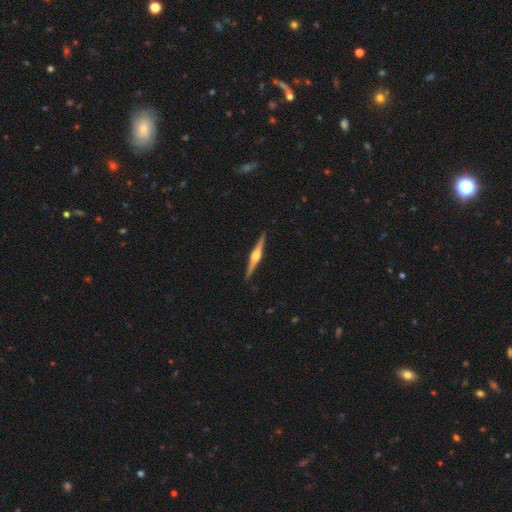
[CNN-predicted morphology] A featured or disk galaxy (83%) viewed edge-on (99%) with a rounded central bulge (92%). Merging: none (92%).